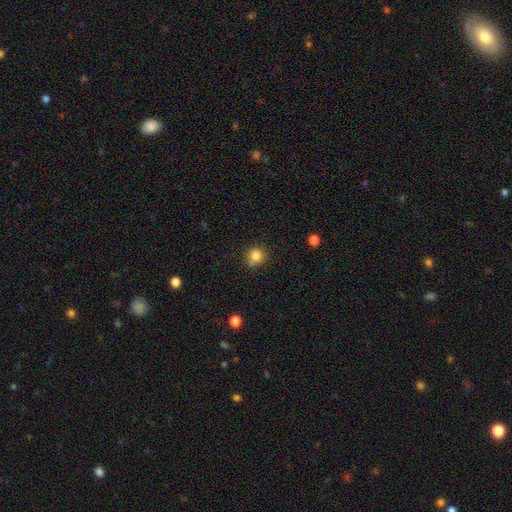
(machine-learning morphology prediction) Overall: smooth (83%). How rounded: round (87%). Merging: none (68%).